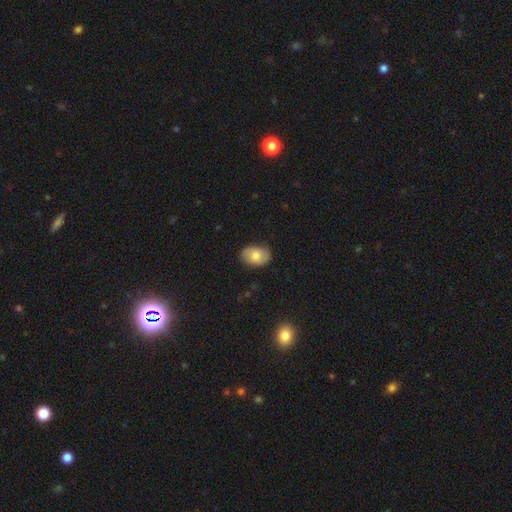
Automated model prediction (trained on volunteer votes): The model was most divided on "smooth or featured": smooth: 69%, featured or disk: 23%, star or artifact: 7%. More confident: merging — none (83%); how rounded — in between (82%).